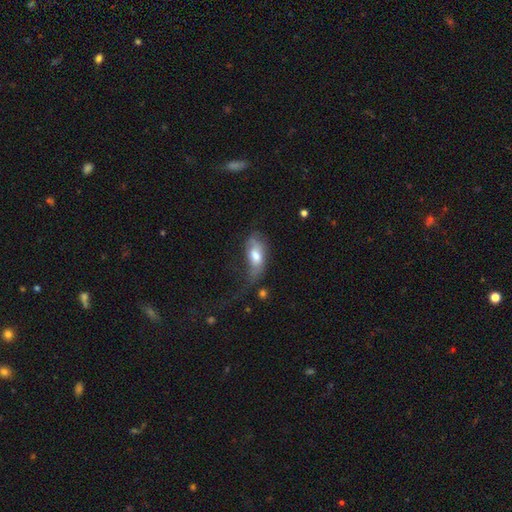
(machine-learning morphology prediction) Smooth or featured?
  - smooth: 65% *
  - featured or disk: 28%
  - star or artifact: 7%
How rounded?
  - in between: 85% *
  - cigar-shaped: 11%
  - round: 4%
Merging?
  - major disturbance: 46% *
  - minor disturbance: 26%
  - none: 23%
  - merger: 4%